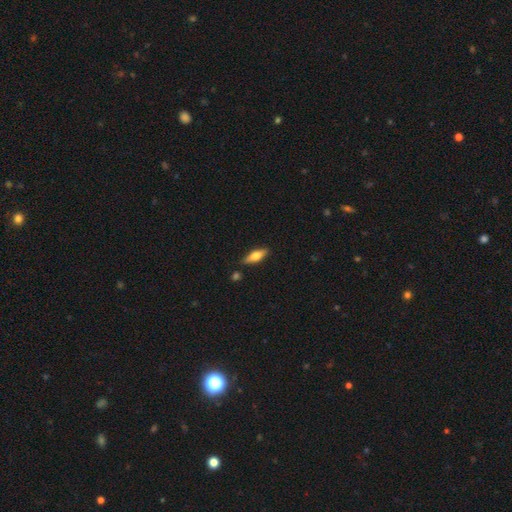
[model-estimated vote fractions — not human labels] Q: Smooth or featured?
A: smooth (51%); runner-up: featured or disk (43%)
Q: How rounded?
A: in between (50%); runner-up: cigar-shaped (47%)
Q: Merging?
A: none (84%); runner-up: minor disturbance (10%)